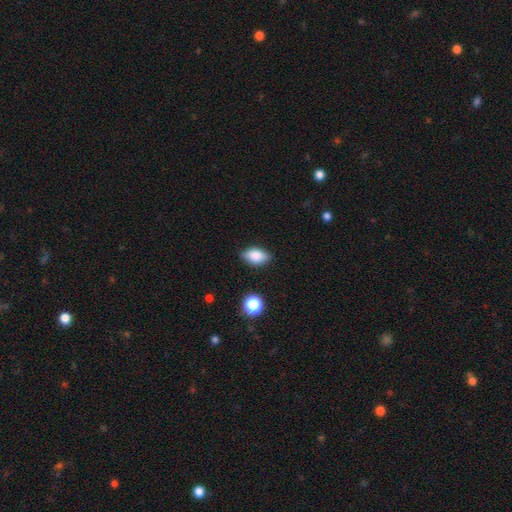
smooth 84%, featured or disk 11%, star or artifact 5%. Down the decision tree: how rounded — in between (88%); merging — none (92%).